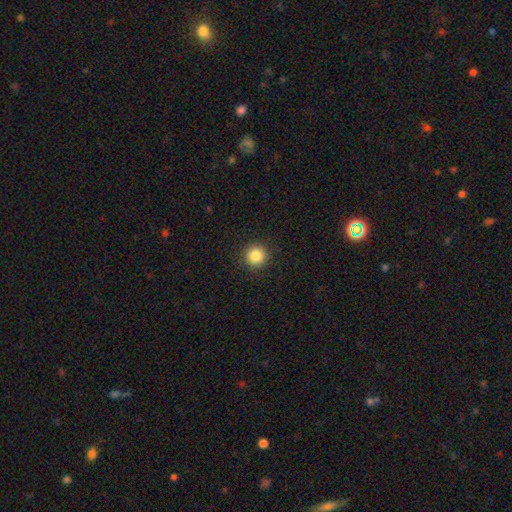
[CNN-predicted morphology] A smooth galaxy with no disk features (85%) that is round (95%).

Vote fractions:
- Smooth or featured? smooth: 85% / star or artifact: 11% / featured or disk: 4%
- How rounded? round: 95% / in between: 4% / cigar-shaped: 1%
- Merging? none: 92% / minor disturbance: 5% / major disturbance: 2% / merger: 1%